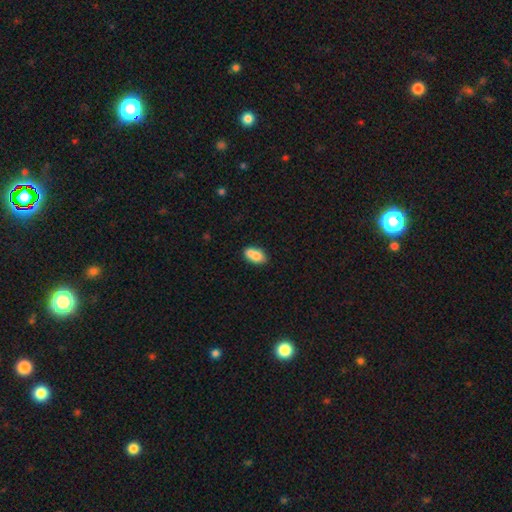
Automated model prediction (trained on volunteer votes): Morphology: type=smooth (74%); roundness=in between (83%); merging=merger (41%, tied with none).